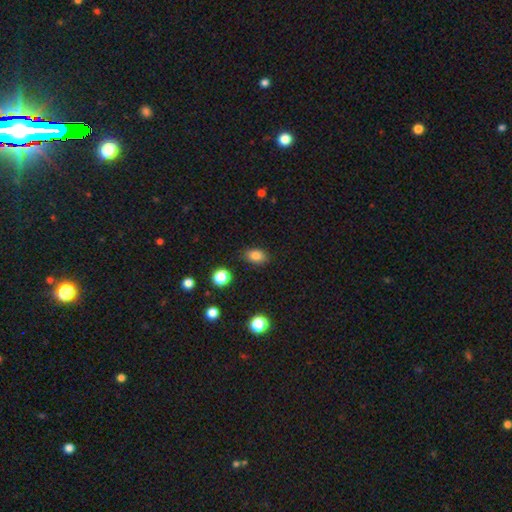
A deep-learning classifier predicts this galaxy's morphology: Overall: smooth (83%). How rounded: in between (80%). Merging: none (86%).